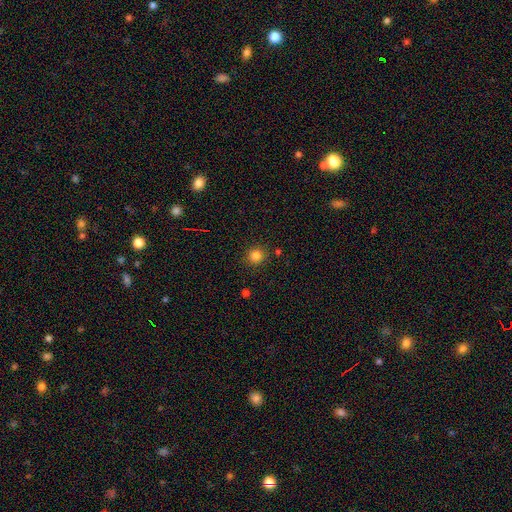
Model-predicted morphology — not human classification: type=smooth (83%); roundness=round (91%); merging=none (89%).